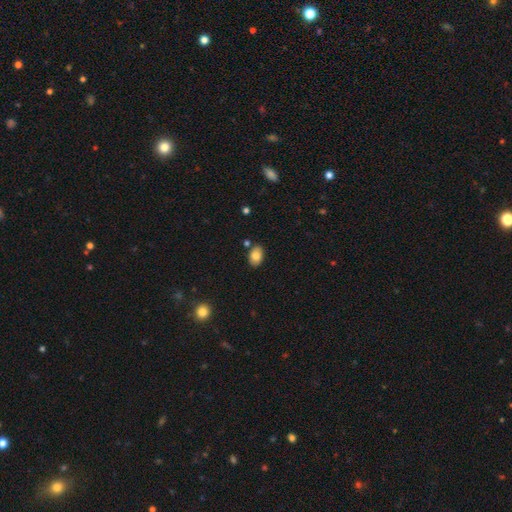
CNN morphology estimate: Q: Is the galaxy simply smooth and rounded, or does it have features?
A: smooth — 82%.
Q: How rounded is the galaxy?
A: in between — 87%.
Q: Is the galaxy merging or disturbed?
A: none — 81%.